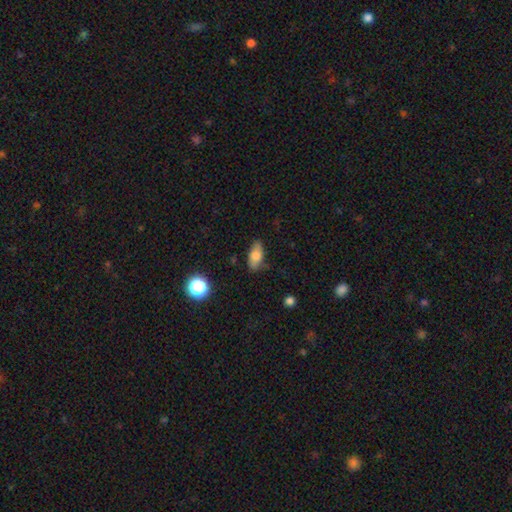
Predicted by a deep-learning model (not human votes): smooth 74%, featured or disk 17%, star or artifact 8%. Down the decision tree: how rounded — in between (86%); merging — none (78%).